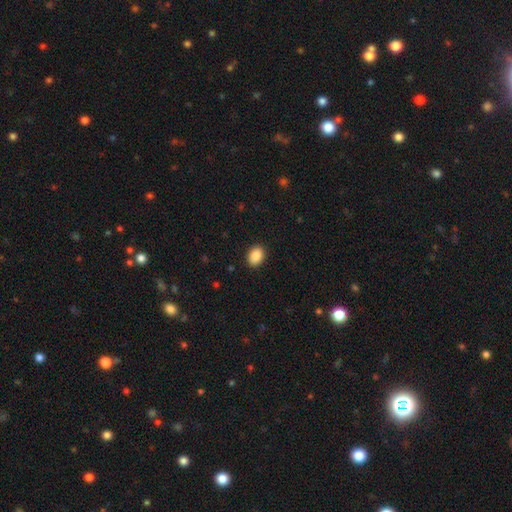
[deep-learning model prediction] Smooth or featured? Predicted: smooth (p=0.89). How rounded? Predicted: in between (p=0.67). Merging? Predicted: none (p=0.90).